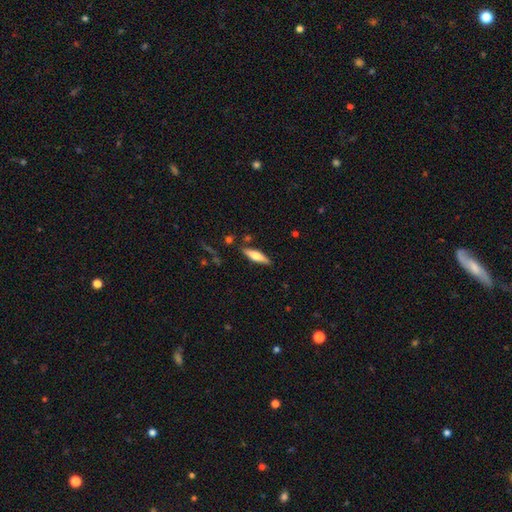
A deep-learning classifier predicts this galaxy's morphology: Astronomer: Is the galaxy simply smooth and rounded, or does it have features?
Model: smooth — 55% (runner-up: featured or disk, 39%).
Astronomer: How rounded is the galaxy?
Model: cigar-shaped — 65%.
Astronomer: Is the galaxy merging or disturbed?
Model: none — 84%.